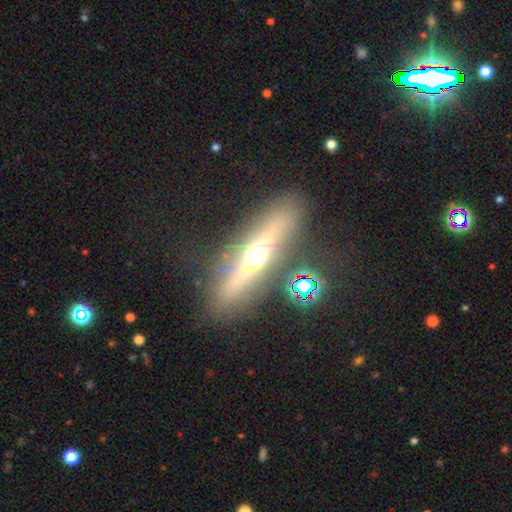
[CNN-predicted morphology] Smooth or featured: featured or disk — 71% (smooth — 21%)
Edge-on disk: yes — 91% (no — 9%)
Edge-on bulge: rounded — 91% (none — 6%)
Merging: none — 80% (minor disturbance — 12%)